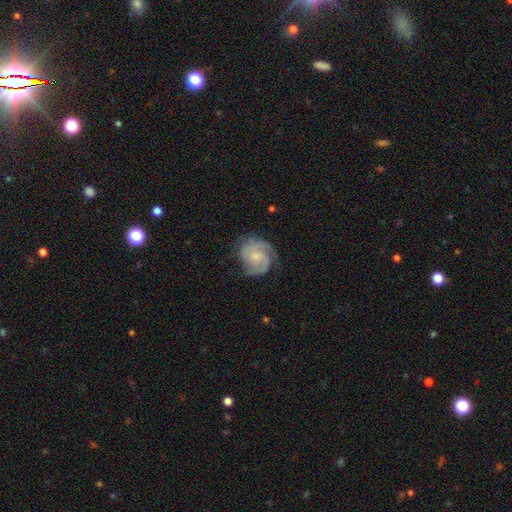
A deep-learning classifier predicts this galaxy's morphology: A featured or disk galaxy (80%) with no bar (65%), 2 (54%) tight (51%) spiral arms (96%) and a small central bulge (59%). Merging: none (69%).